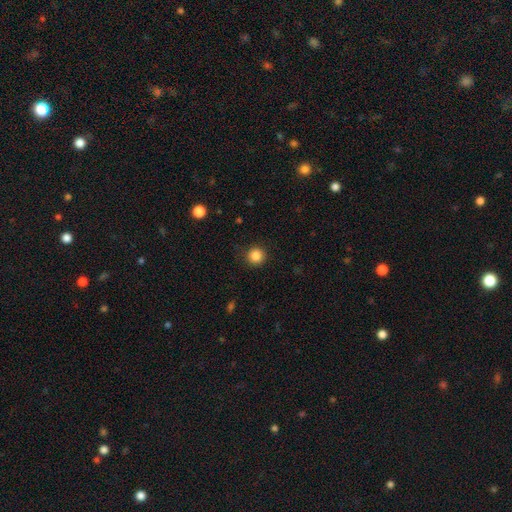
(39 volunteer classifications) Smooth or featured?
  - smooth: 82% *
  - featured or disk: 10%
  - star or artifact: 8%
How rounded?
  - round: 97% *
  - in between: 3%
  - cigar-shaped: 0%
Merging?
  - none: 86% *
  - minor disturbance: 11%
  - major disturbance: 3%
  - merger: 0%